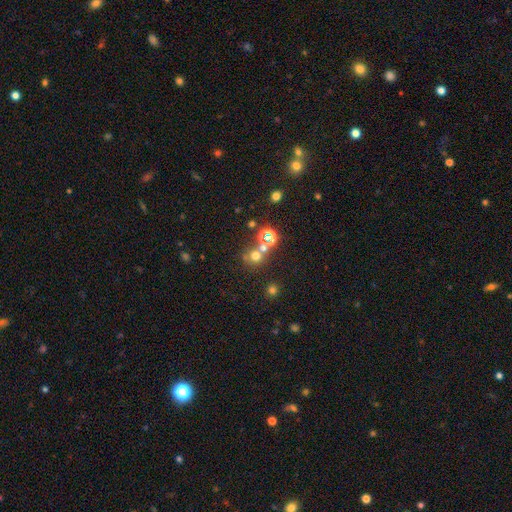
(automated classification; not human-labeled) A smooth galaxy with no disk features (57%) that is round (85%). Merging: none (64%).